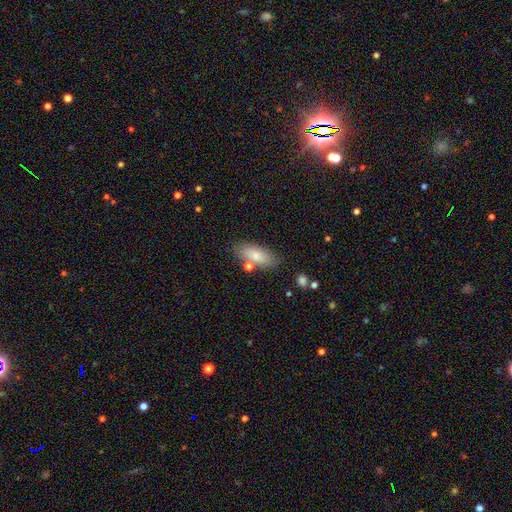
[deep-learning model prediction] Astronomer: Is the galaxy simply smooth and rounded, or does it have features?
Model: smooth — 79%.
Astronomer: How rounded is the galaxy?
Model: in between — 79%.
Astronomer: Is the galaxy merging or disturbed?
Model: none — 74%.